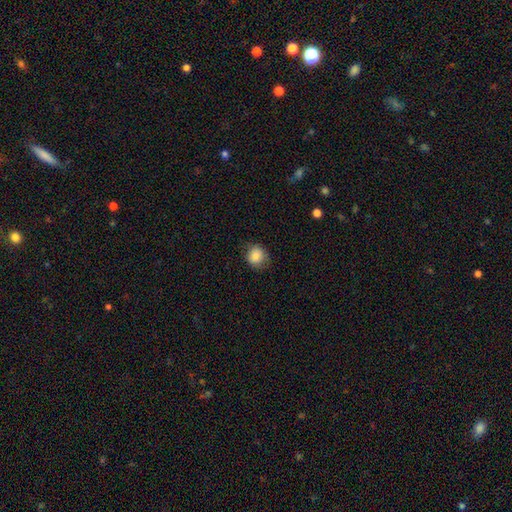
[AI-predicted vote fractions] A smooth galaxy with no disk features (85%) that is round (78%).

Vote fractions:
- Smooth or featured? smooth: 85% / star or artifact: 9% / featured or disk: 6%
- How rounded? round: 78% / in between: 21% / cigar-shaped: 1%
- Merging? none: 76% / minor disturbance: 18% / major disturbance: 5% / merger: 1%